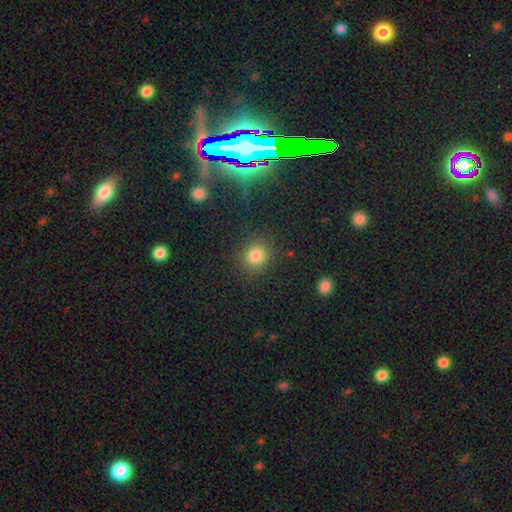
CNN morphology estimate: smooth_or_featured: smooth (p=0.80) [alt: star or artifact p=0.15]
how_rounded: round (p=0.77) [alt: in between p=0.22]
merging: none (p=0.86) [alt: minor disturbance p=0.08]